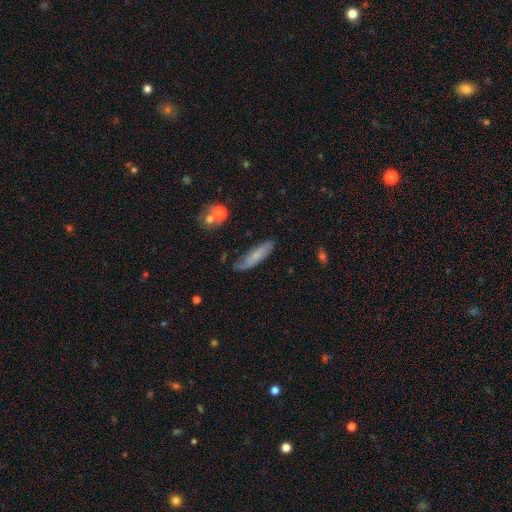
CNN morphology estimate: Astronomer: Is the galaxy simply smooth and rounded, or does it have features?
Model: smooth — 57% (runner-up: featured or disk, 35%).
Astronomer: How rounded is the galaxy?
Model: cigar-shaped — 64%.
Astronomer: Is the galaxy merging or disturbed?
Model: none — 63%.